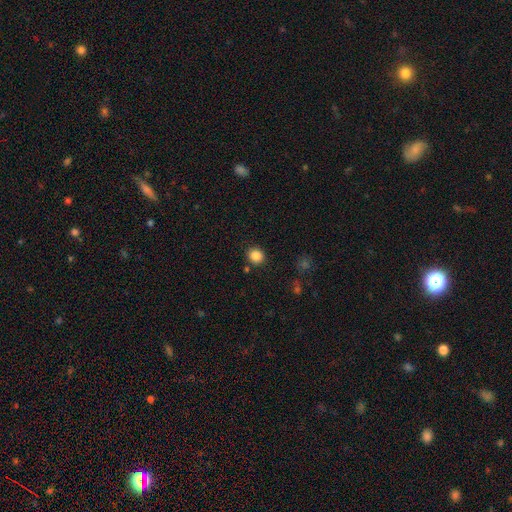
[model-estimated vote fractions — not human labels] smooth-or-featured: smooth: 86% | star or artifact: 11% | featured or disk: 4%
  how-rounded: round: 83% | in between: 16% | cigar-shaped: 1%
  merging: none: 86% | minor disturbance: 8% | merger: 3% | major disturbance: 3%